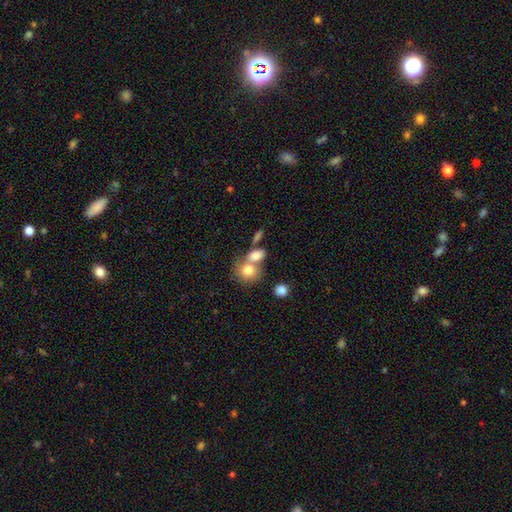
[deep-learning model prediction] smooth_or_featured: smooth (p=0.78) [alt: featured or disk p=0.13]
how_rounded: in between (p=0.57) [alt: round p=0.40]
merging: merger (p=0.52) [alt: none p=0.34]